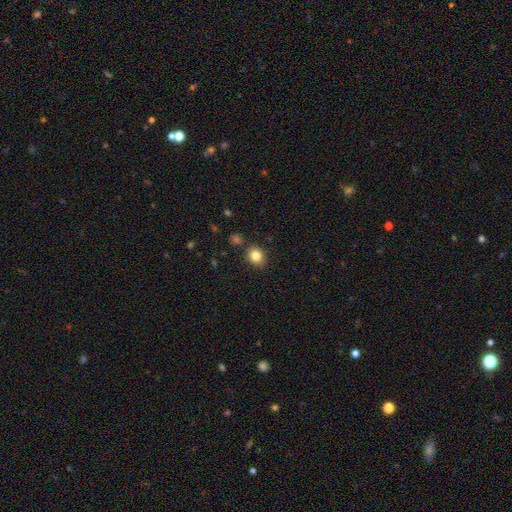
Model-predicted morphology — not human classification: smooth 82%, star or artifact 10%, featured or disk 7%. Down the decision tree: how rounded — round (62%); merging — none (83%).